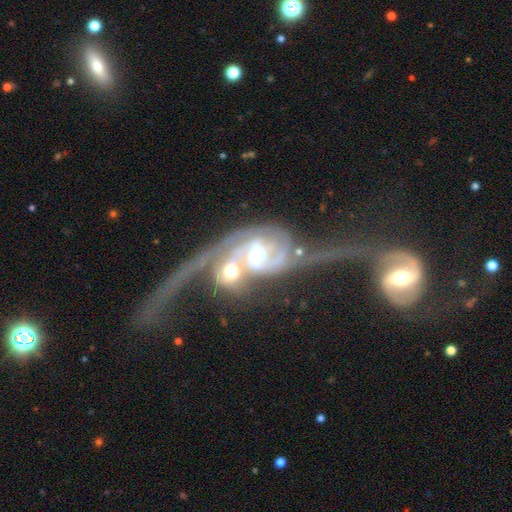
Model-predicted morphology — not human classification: Smooth or featured?
  - featured or disk: 89% *
  - smooth: 6%
  - star or artifact: 5%
Edge-on disk?
  - no: 94% *
  - yes: 6%
Bar?
  - weak: 40% *
  - no: 33%
  - strong: 27%
Spiral arms?
  - yes: 95% *
  - no: 5%
Spiral winding?
  - medium: 39% *
  - loose: 32%
  - tight: 29%
Spiral arm count?
  - 2: 75% *
  - can't tell: 12%
  - 1: 5%
  - 3: 4%
  - 4: 2%
  - more than 4: 2%
Bulge size?
  - moderate: 61% *
  - small: 26%
  - large: 9%
  - none: 2%
  - dominant: 2%
Merging?
  - merger: 75% *
  - major disturbance: 11%
  - none: 10%
  - minor disturbance: 5%